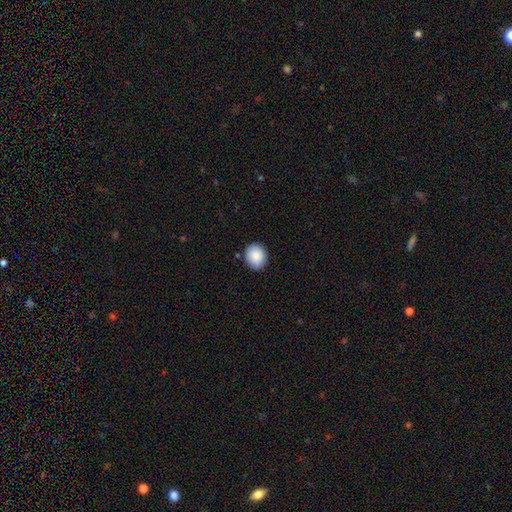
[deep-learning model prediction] Smooth or featured? Predicted: smooth (p=0.89). How rounded? Predicted: round (p=0.61). Merging? Predicted: none (p=0.85).